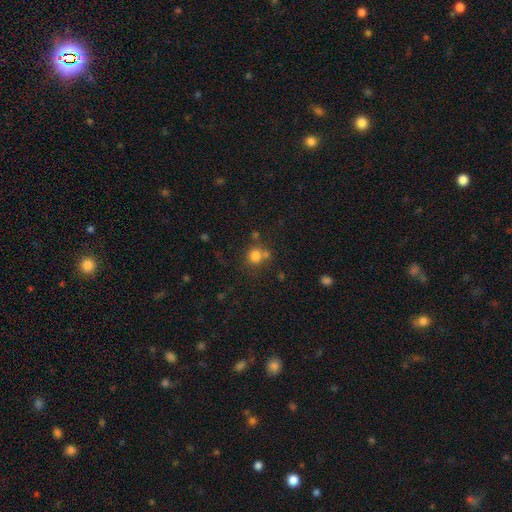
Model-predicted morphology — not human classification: Overall: smooth (78%). How rounded: round (87%). Merging: none (59%; merger 24%).